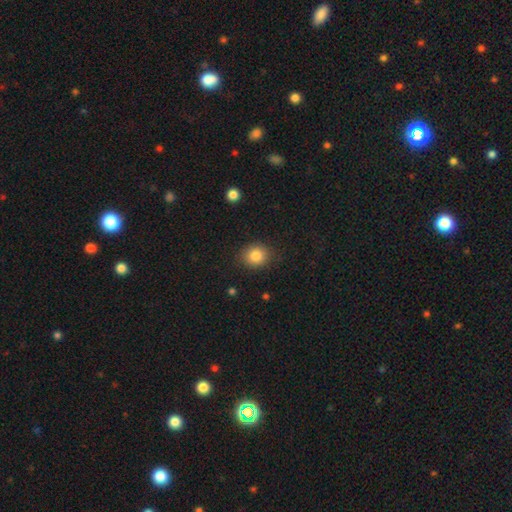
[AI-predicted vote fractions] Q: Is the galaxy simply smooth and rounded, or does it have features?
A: smooth — 84%.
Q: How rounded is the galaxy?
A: round — 72%.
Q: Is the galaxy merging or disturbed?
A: none — 86%.